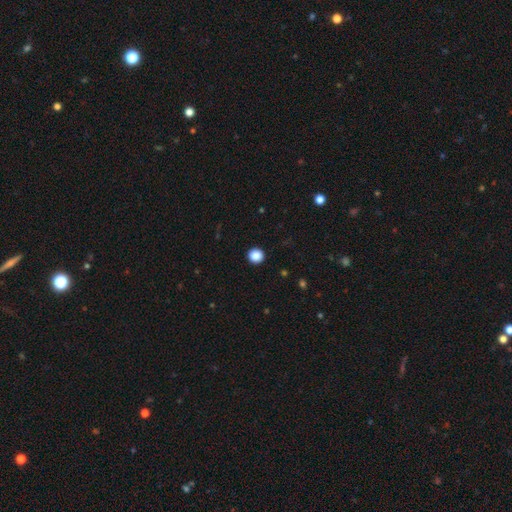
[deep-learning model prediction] A smooth galaxy with no disk features (87%) that is round (93%). Merging: none (93%).